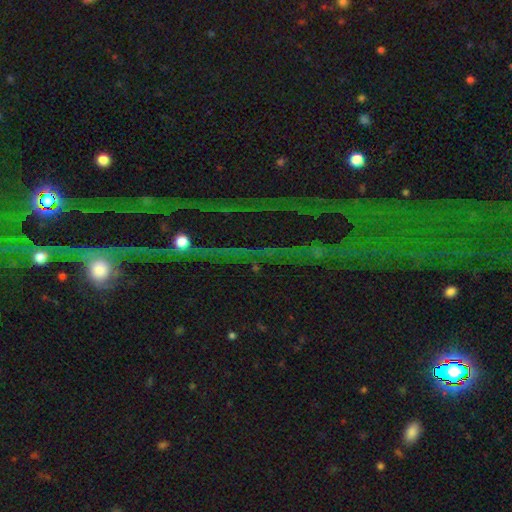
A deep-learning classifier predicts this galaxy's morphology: A star or artifact, not a galaxy (75%).

Vote fractions:
- Smooth or featured? star or artifact: 75% / featured or disk: 15% / smooth: 10%